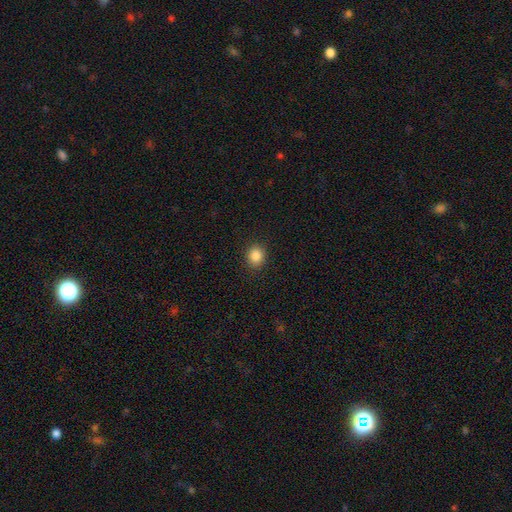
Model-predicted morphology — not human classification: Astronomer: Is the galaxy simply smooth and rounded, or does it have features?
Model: smooth — 87%.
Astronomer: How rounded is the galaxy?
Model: round — 70%.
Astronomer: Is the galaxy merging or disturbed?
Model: none — 90%.